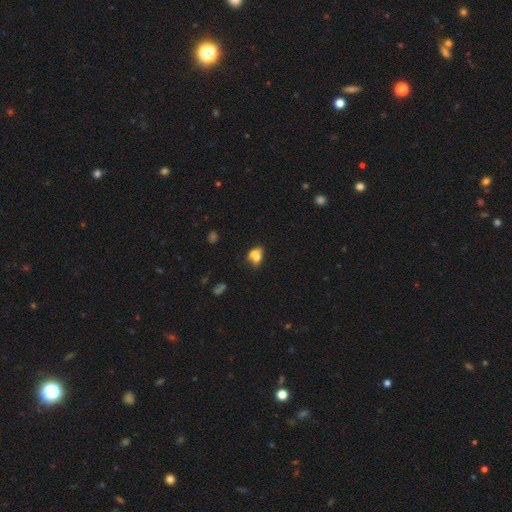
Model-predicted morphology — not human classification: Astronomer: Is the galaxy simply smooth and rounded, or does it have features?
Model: smooth — 65%.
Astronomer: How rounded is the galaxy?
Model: in between — 57% (runner-up: round, 40%).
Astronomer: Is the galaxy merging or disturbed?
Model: merger — 51% (runner-up: none, 29%).